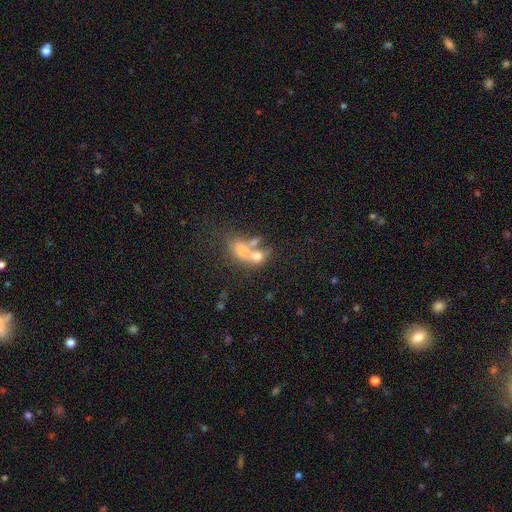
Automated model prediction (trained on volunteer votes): Smooth or featured?
  - smooth: 52% *
  - featured or disk: 27%
  - star or artifact: 21%
How rounded?
  - round: 49% *
  - in between: 47%
  - cigar-shaped: 4%
Merging?
  - merger: 58% *
  - none: 28%
  - minor disturbance: 8%
  - major disturbance: 6%